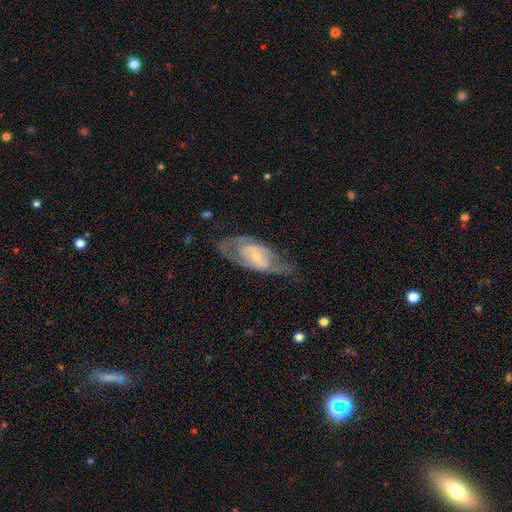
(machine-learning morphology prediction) Overall: featured or disk (75%). Edge-on disk: no (90%). Bar: no (47%; weak 39%). Spiral arms: yes (74%). Bulge size: small (68%). Merging: none (55%; minor disturbance 24%).